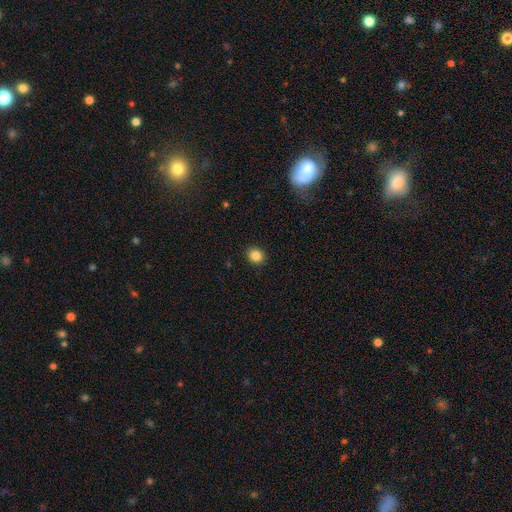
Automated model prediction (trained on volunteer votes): A smooth galaxy with no disk features (85%) that is round (80%).

Vote fractions:
- Smooth or featured? smooth: 85% / star or artifact: 11% / featured or disk: 4%
- How rounded? round: 80% / in between: 19% / cigar-shaped: 1%
- Merging? none: 91% / minor disturbance: 6% / major disturbance: 2% / merger: 1%